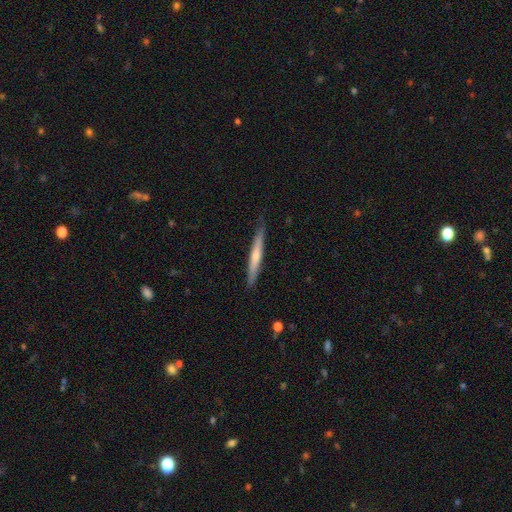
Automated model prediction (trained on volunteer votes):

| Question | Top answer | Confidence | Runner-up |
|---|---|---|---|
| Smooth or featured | smooth | 48% | featured or disk (47%) |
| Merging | none | 86% | minor disturbance (11%) |